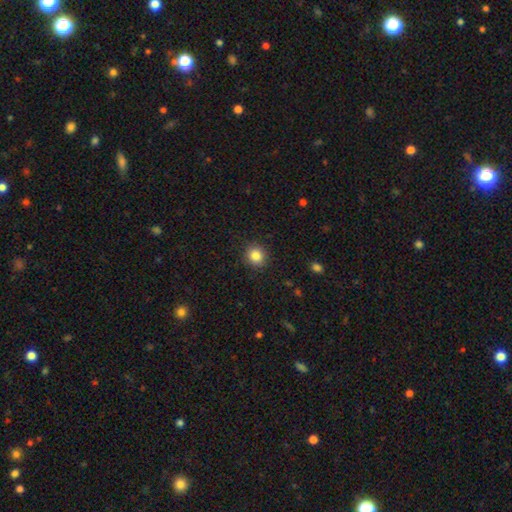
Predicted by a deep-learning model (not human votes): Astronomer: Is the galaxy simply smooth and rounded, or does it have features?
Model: smooth — 85%.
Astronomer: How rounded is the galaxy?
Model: round — 85%.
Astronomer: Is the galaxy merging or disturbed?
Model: none — 90%.